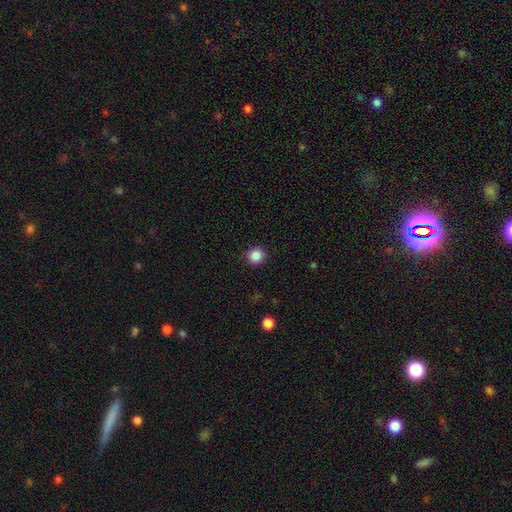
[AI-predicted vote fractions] Smooth or featured: smooth — 87% (star or artifact — 10%)
How rounded: round — 92% (in between — 7%)
Merging: none — 90% (minor disturbance — 6%)